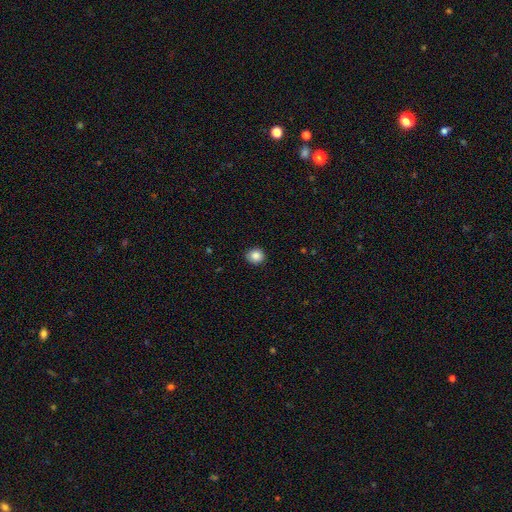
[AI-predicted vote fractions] smooth-or-featured: smooth: 87% | star or artifact: 9% | featured or disk: 4%
  how-rounded: round: 79% | in between: 20% | cigar-shaped: 1%
  merging: none: 90% | minor disturbance: 8% | major disturbance: 2% | merger: 1%